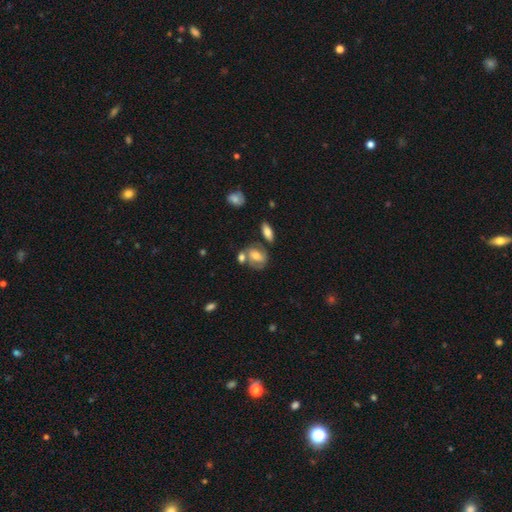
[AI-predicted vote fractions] Overall: smooth (50%; featured or disk 41%). How rounded: in between (67%; round 30%). Merging: none (49%; merger 25%).